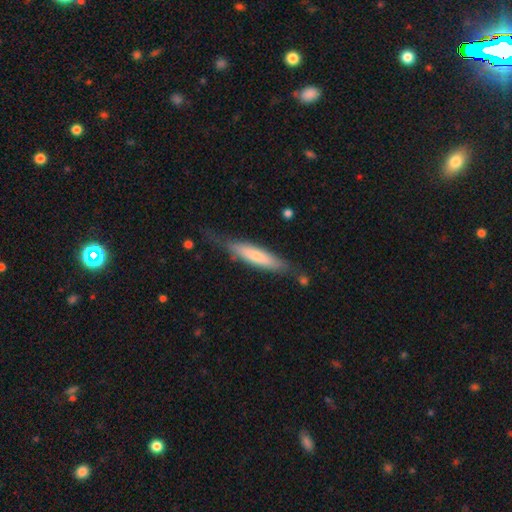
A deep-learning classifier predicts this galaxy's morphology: Q: Smooth or featured?
A: smooth (62%); runner-up: featured or disk (32%)
Q: How rounded?
A: cigar-shaped (84%); runner-up: in between (14%)
Q: Merging?
A: none (68%); runner-up: minor disturbance (23%)